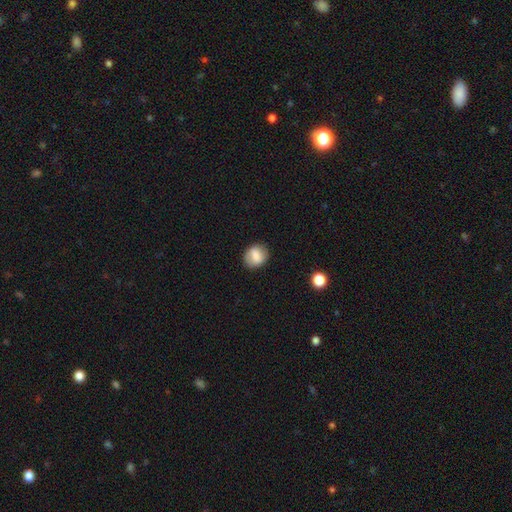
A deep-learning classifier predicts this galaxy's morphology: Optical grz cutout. It shows a smooth galaxy with no disk features (71%) that is round (58%). Merging: none (85%).